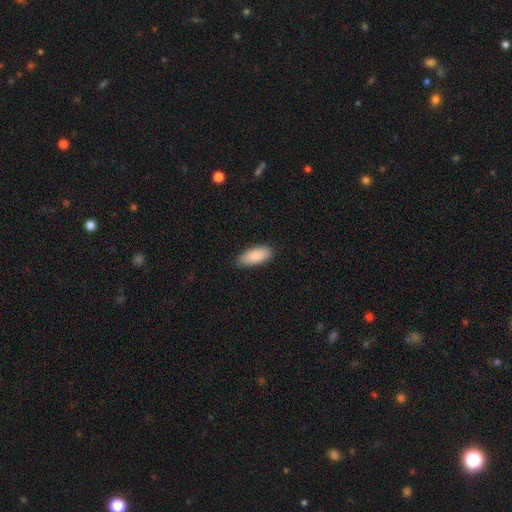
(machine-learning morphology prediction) smooth-or-featured: smooth: 88% | featured or disk: 6% | star or artifact: 6%
  how-rounded: in between: 78% | cigar-shaped: 20% | round: 2%
  merging: none: 86% | minor disturbance: 11% | major disturbance: 2% | merger: 1%